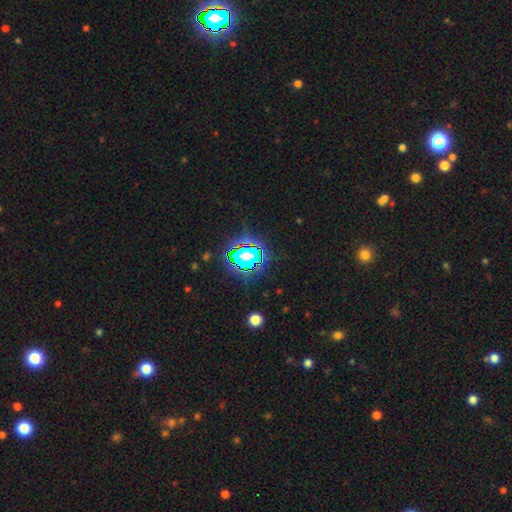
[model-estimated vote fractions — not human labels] star or artifact 81%, smooth 12%, featured or disk 7%.